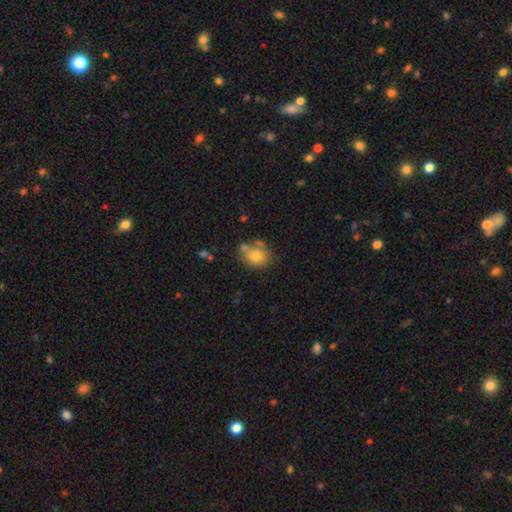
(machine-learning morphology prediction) This is likely a smooth galaxy (75%). How rounded: possibly round (58%). Merging: possibly none (52%).